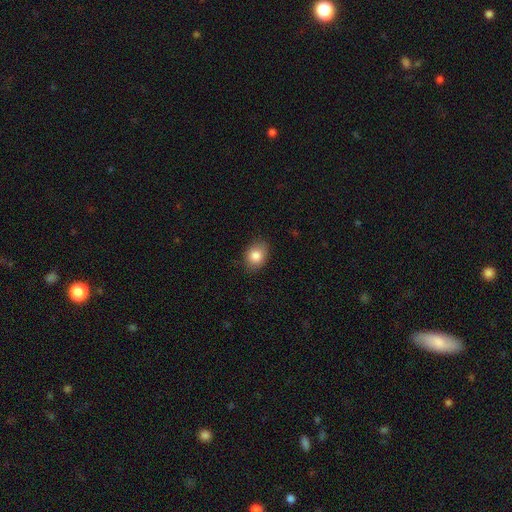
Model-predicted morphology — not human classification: smooth 84%, star or artifact 9%, featured or disk 7%. Down the decision tree: how rounded — in between (61%); merging — none (82%).